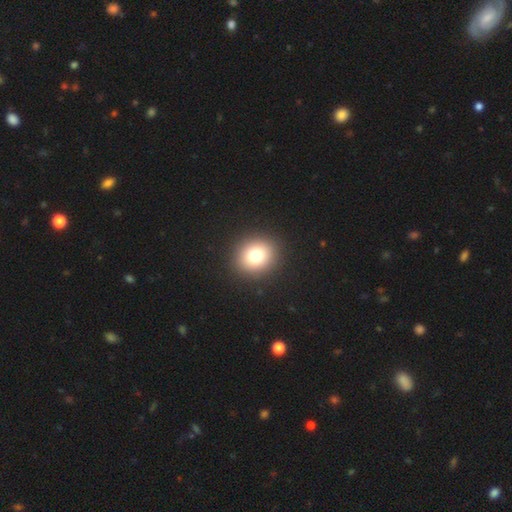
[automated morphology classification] Q: Smooth or featured?
A: smooth (77%); runner-up: star or artifact (13%)
Q: How rounded?
A: round (77%); runner-up: in between (22%)
Q: Merging?
A: none (91%); runner-up: minor disturbance (5%)